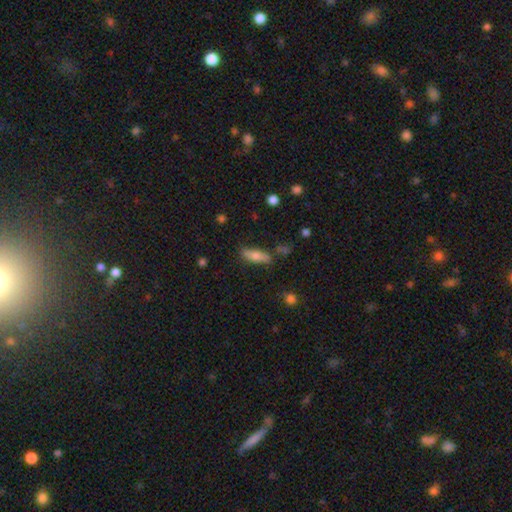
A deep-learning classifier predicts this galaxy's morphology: Q: Smooth or featured?
A: smooth (69%); runner-up: featured or disk (24%)
Q: How rounded?
A: in between (57%); runner-up: cigar-shaped (40%)
Q: Merging?
A: none (75%); runner-up: minor disturbance (17%)